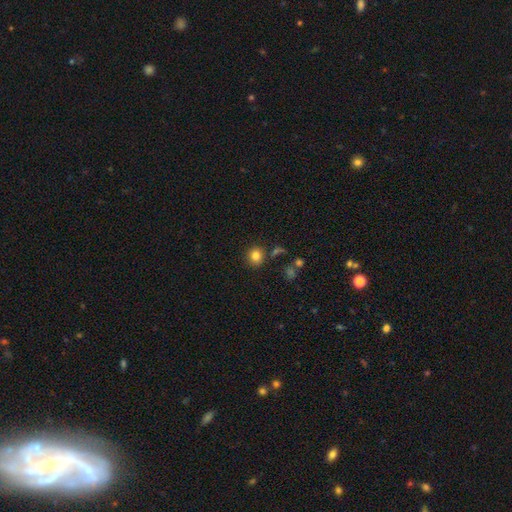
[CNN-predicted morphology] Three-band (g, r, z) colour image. It shows a smooth galaxy with no disk features (81%) that is round (86%). Merging: none (83%).